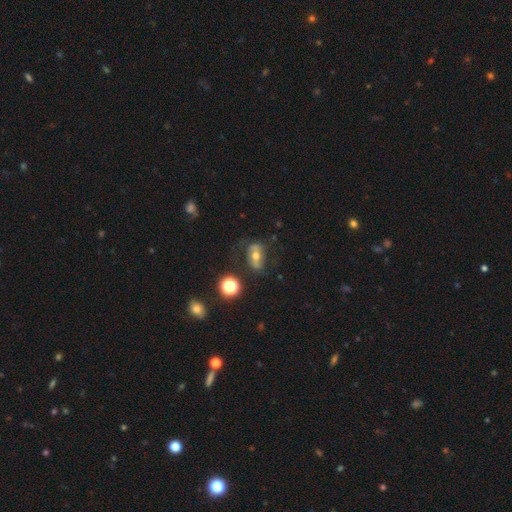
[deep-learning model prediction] This is possibly a featured or disk galaxy (48%). Merging: likely none (61%).